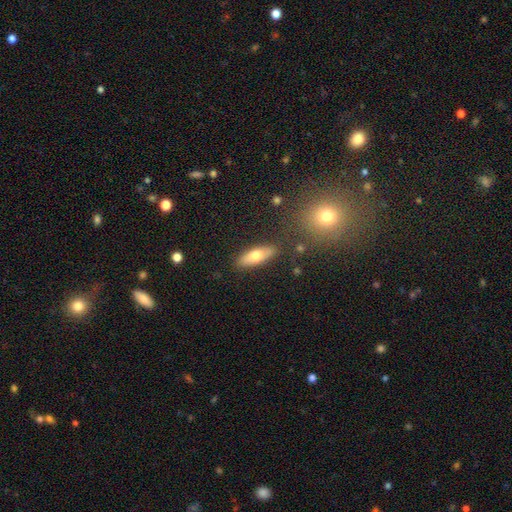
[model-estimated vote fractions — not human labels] smooth_or_featured: smooth (p=0.65) [alt: featured or disk p=0.28]
how_rounded: in between (p=0.60) [alt: cigar-shaped p=0.38]
merging: none (p=0.85) [alt: minor disturbance p=0.10]